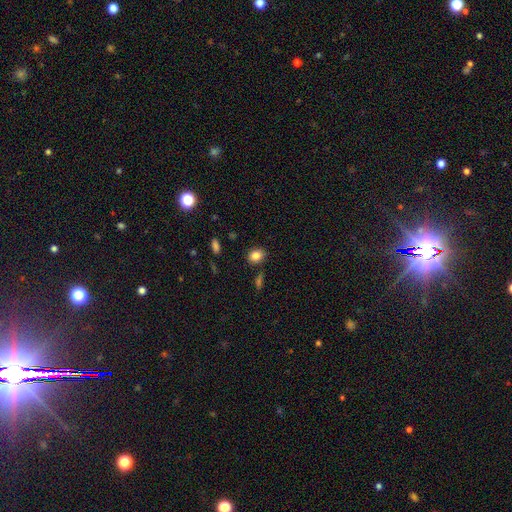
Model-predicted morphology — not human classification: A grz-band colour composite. It shows a smooth galaxy with no disk features (84%) that is in between round and cigar-shaped (49%, tied with round). Merging: none (84%).